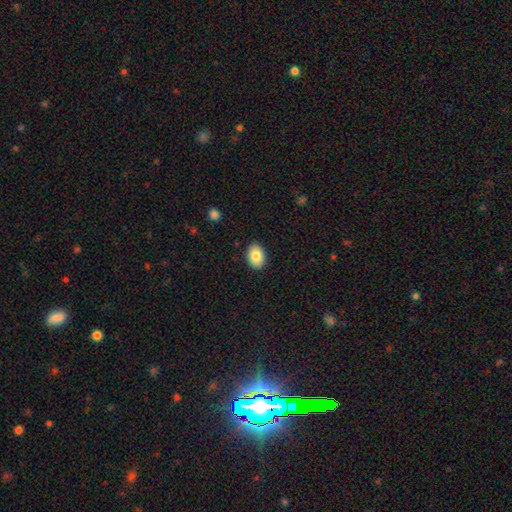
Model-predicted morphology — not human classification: A smooth galaxy with no disk features (84%) that is in between round and cigar-shaped (81%).

Vote fractions:
- Smooth or featured? smooth: 84% / featured or disk: 9% / star or artifact: 7%
- How rounded? in between: 81% / round: 18% / cigar-shaped: 1%
- Merging? none: 89% / minor disturbance: 8% / major disturbance: 2% / merger: 1%